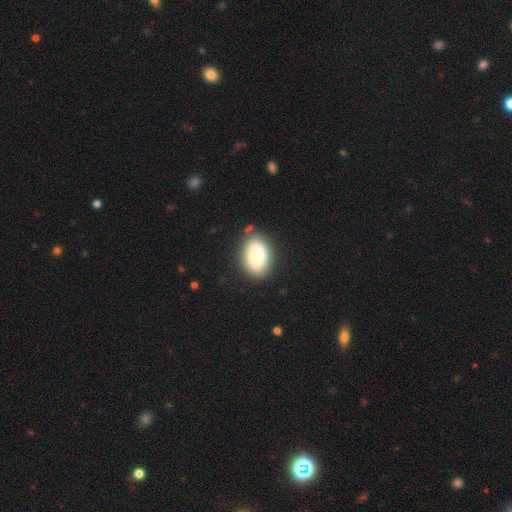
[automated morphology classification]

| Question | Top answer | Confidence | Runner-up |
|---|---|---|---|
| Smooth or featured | smooth | 76% | featured or disk (16%) |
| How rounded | in between | 81% | round (18%) |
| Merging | none | 82% | minor disturbance (12%) |